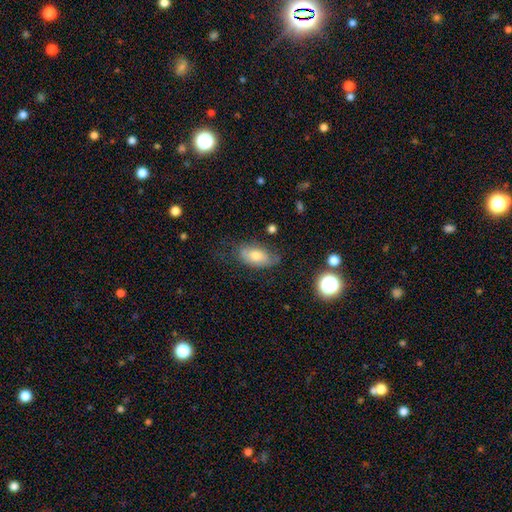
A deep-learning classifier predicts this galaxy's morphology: A smooth galaxy with no disk features (64%) that is in between round and cigar-shaped (90%).

Vote fractions:
- Smooth or featured? smooth: 64% / featured or disk: 27% / star or artifact: 9%
- How rounded? in between: 90% / cigar-shaped: 5% / round: 5%
- Merging? none: 60% / minor disturbance: 26% / major disturbance: 11% / merger: 2%